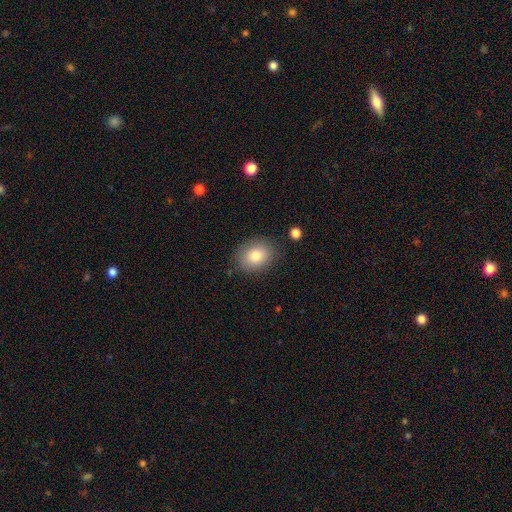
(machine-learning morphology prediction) A smooth galaxy with no disk features (83%) that is in between round and cigar-shaped (54%). Merging: none (84%).